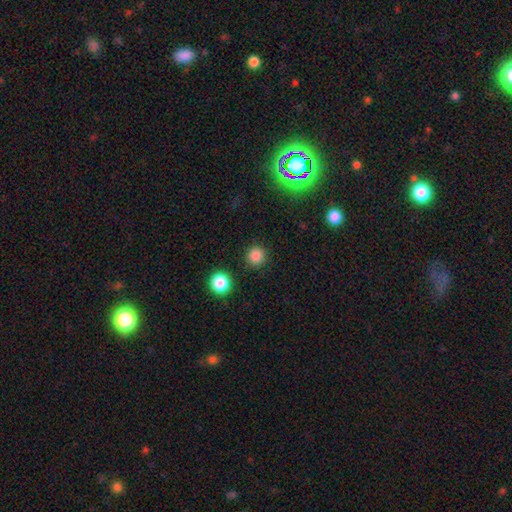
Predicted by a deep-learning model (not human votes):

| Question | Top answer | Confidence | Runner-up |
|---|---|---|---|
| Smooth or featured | smooth | 83% | star or artifact (13%) |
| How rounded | round | 95% | in between (4%) |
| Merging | none | 90% | minor disturbance (5%) |